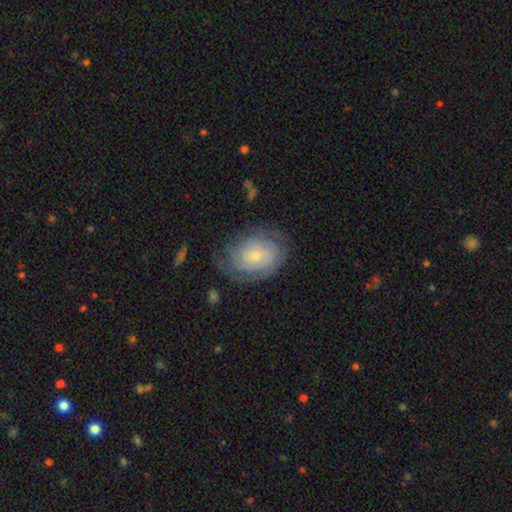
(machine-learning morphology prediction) smooth_or_featured: featured or disk (p=0.62) [alt: smooth p=0.31]
disk_edge_on: no (p=0.96) [alt: yes p=0.04]
bar: no (p=0.78) [alt: weak p=0.19]
has_spiral_arms: yes (p=0.81) [alt: no p=0.19]
bulge_size: small (p=0.72) [alt: moderate p=0.24]
merging: none (p=0.68) [alt: minor disturbance p=0.21]